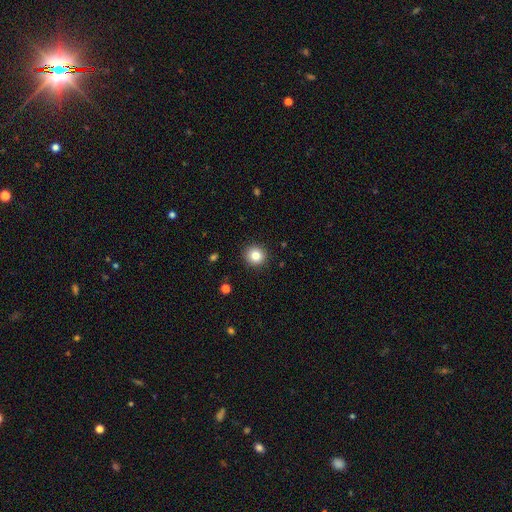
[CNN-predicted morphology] A smooth galaxy with no disk features (83%) that is round (92%). Merging: none (92%).